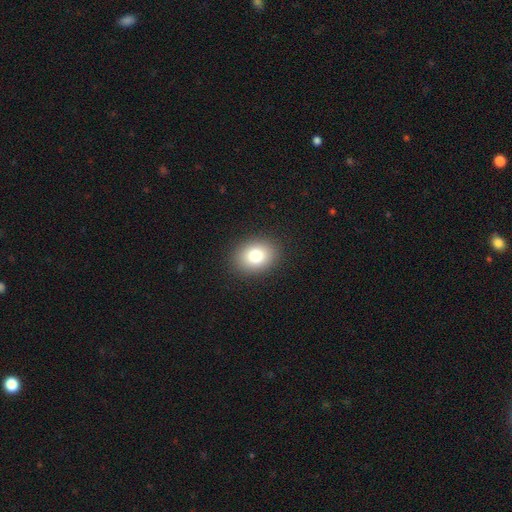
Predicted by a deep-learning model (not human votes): This is likely a smooth galaxy (80%). How rounded: possibly in between (59%). Merging: clearly none (90%).